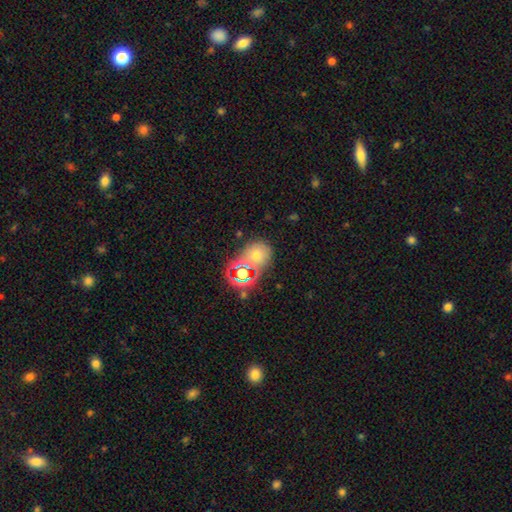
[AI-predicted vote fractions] Q: Smooth or featured?
A: smooth (51%); runner-up: star or artifact (36%)
Q: How rounded?
A: round (67%); runner-up: in between (32%)
Q: Merging?
A: none (65%); runner-up: merger (18%)